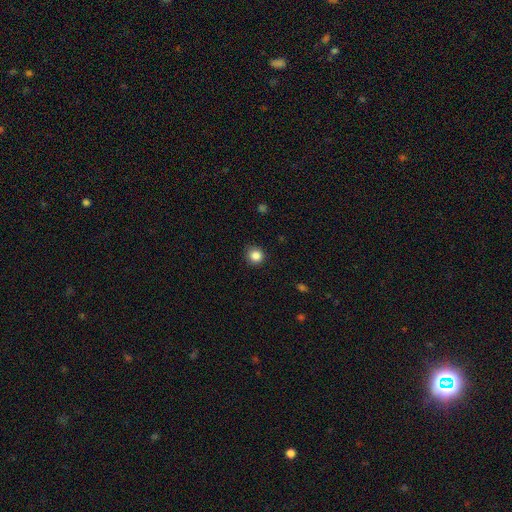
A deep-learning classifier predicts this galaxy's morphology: Smooth or featured?
  - smooth: 85% *
  - star or artifact: 11%
  - featured or disk: 4%
How rounded?
  - round: 93% *
  - in between: 6%
  - cigar-shaped: 1%
Merging?
  - none: 88% *
  - minor disturbance: 9%
  - major disturbance: 2%
  - merger: 1%